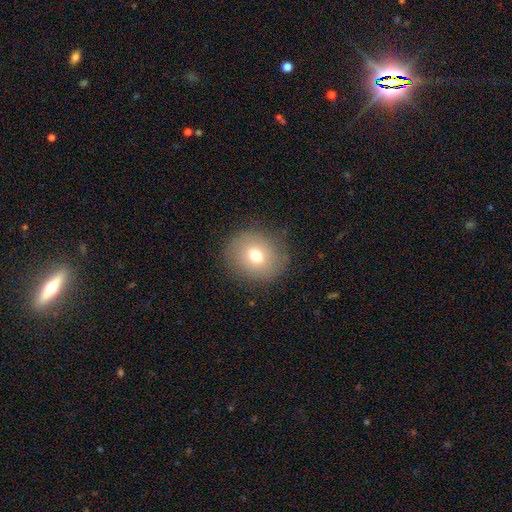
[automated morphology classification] smooth_or_featured: smooth (p=0.71) [alt: featured or disk p=0.17]
how_rounded: round (p=0.79) [alt: in between p=0.20]
merging: none (p=0.84) [alt: minor disturbance p=0.11]